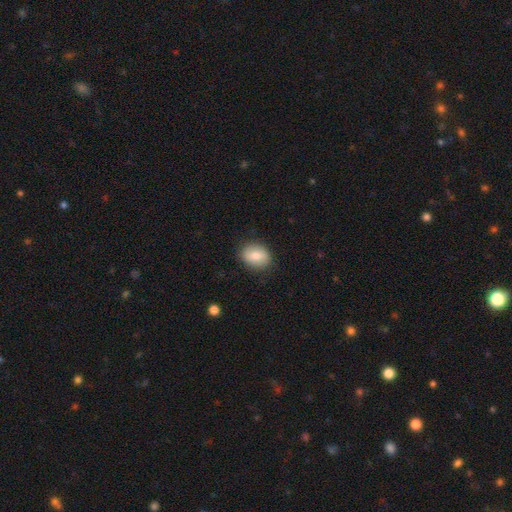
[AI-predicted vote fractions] A smooth galaxy with no disk features (79%) that is in between round and cigar-shaped (61%).

Vote fractions:
- Smooth or featured? smooth: 79% / featured or disk: 13% / star or artifact: 7%
- How rounded? in between: 61% / round: 37% / cigar-shaped: 1%
- Merging? none: 86% / minor disturbance: 11% / major disturbance: 3% / merger: 1%